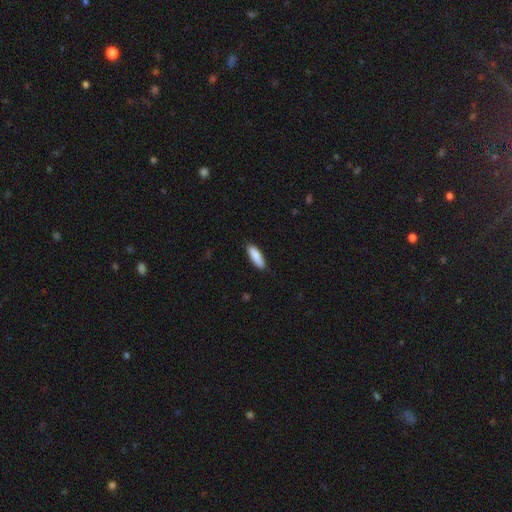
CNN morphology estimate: smooth_or_featured: smooth (p=0.88) [alt: featured or disk p=0.07]
how_rounded: in between (p=0.52) [alt: cigar-shaped p=0.46]
merging: none (p=0.87) [alt: minor disturbance p=0.11]